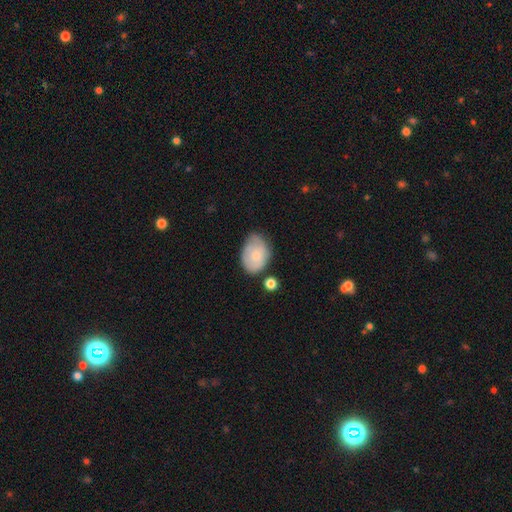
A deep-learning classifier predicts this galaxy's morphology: Smooth or featured?
  - smooth: 68% *
  - featured or disk: 26%
  - star or artifact: 7%
How rounded?
  - in between: 77% *
  - round: 22%
  - cigar-shaped: 1%
Merging?
  - none: 47% *
  - minor disturbance: 38%
  - major disturbance: 10%
  - merger: 6%